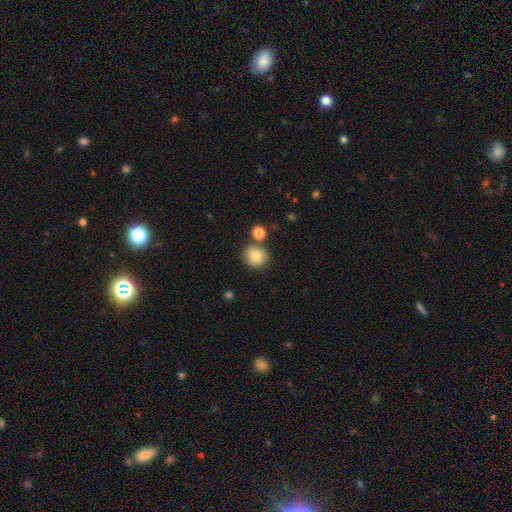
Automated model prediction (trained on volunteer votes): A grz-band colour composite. It shows a smooth galaxy with no disk features (82%) that is round (85%). Merging: none (75%).